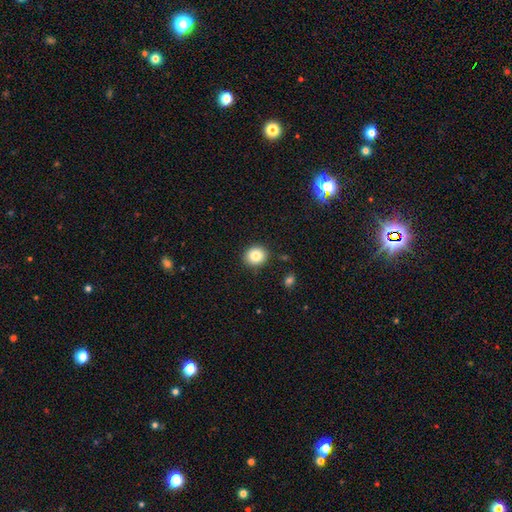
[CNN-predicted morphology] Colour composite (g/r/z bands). It shows a smooth galaxy with no disk features (84%) that is round (80%). Merging: none (88%).